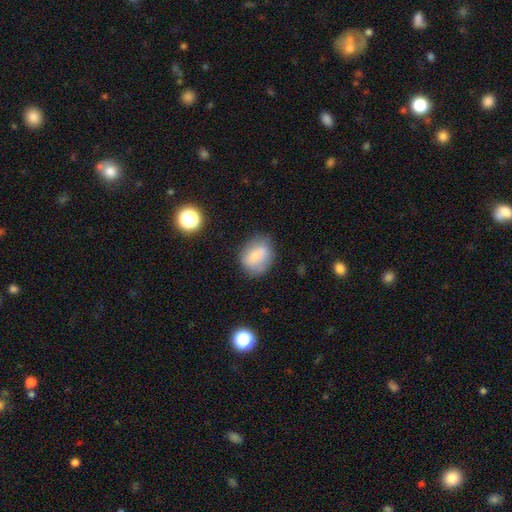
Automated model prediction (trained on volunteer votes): A smooth galaxy with no disk features (70%) that is in between round and cigar-shaped (53%). Merging: none (70%).